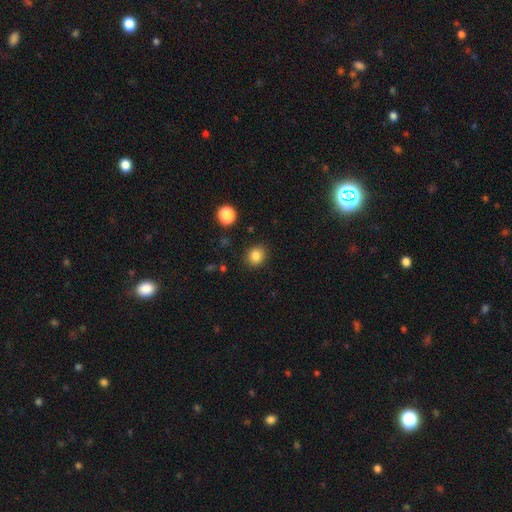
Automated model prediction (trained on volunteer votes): smooth 84%, star or artifact 11%, featured or disk 5%. Down the decision tree: how rounded — round (71%); merging — none (88%).